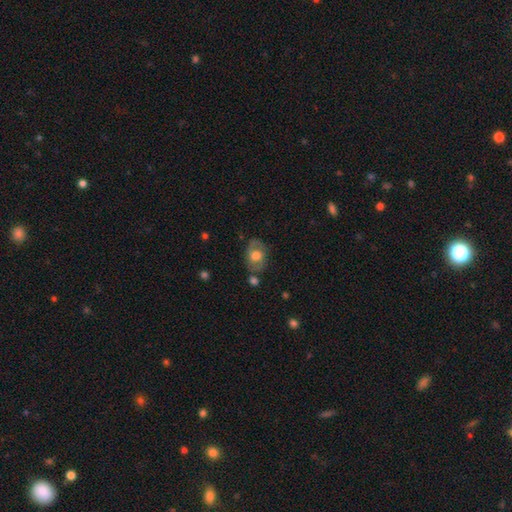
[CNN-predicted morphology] This is possibly a smooth galaxy (47%). Merging: likely none (70%).